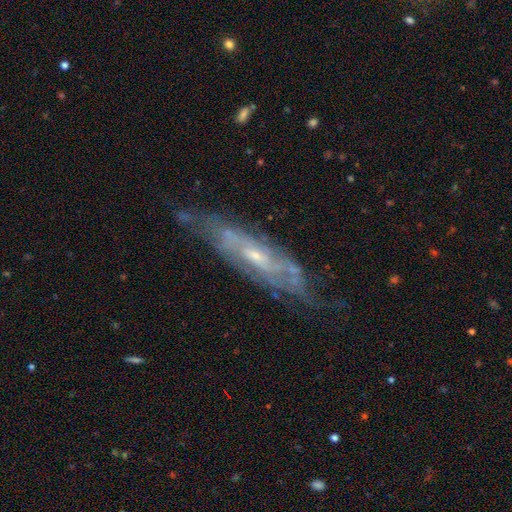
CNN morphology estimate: smooth_or_featured: featured or disk (p=0.78) [alt: smooth p=0.14]
disk_edge_on: no (p=0.61) [alt: yes p=0.39]
merging: none (p=0.67) [alt: minor disturbance p=0.23]